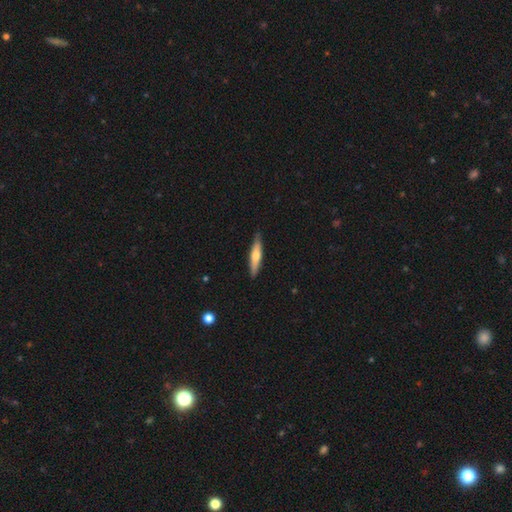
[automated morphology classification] smooth-or-featured: smooth: 54% | featured or disk: 40% | star or artifact: 5%
  how-rounded: cigar-shaped: 84% | in between: 14% | round: 1%
  merging: none: 87% | minor disturbance: 10% | major disturbance: 2% | merger: 1%